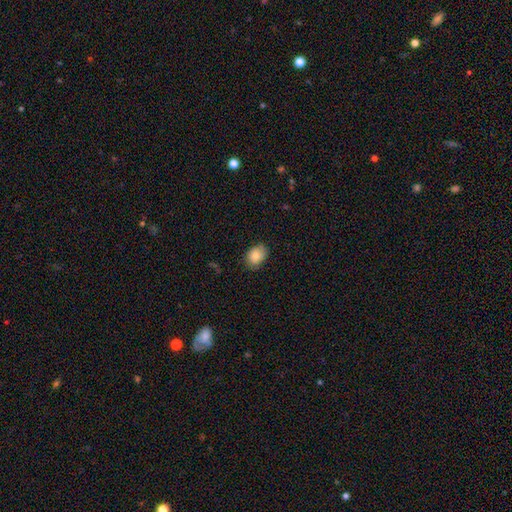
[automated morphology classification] Smooth or featured: smooth — 85% (star or artifact — 8%)
How rounded: in between — 70% (round — 29%)
Merging: none — 75% (minor disturbance — 20%)